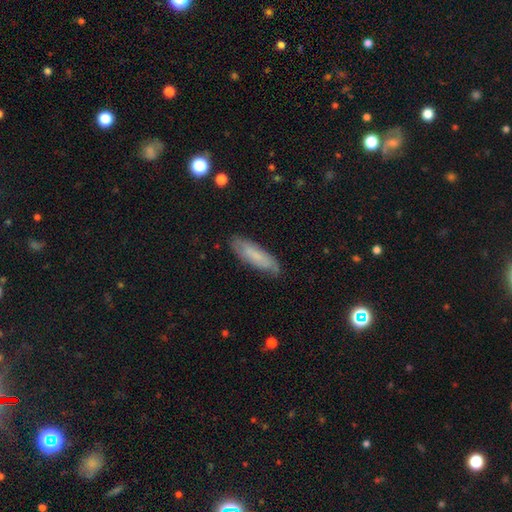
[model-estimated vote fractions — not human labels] smooth_or_featured: smooth (p=0.69) [alt: featured or disk p=0.24]
how_rounded: cigar-shaped (p=0.58) [alt: in between p=0.41]
merging: none (p=0.80) [alt: minor disturbance p=0.15]